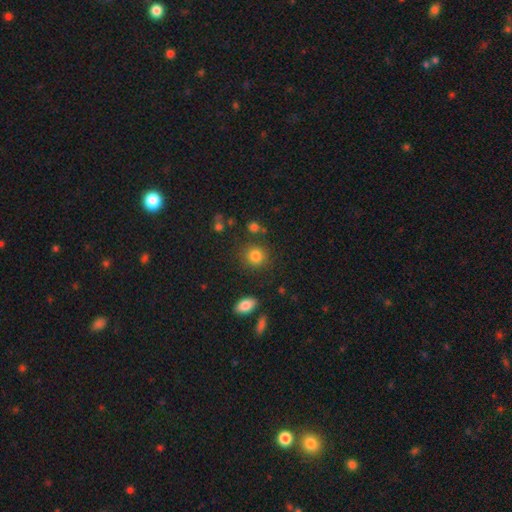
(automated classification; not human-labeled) Smooth or featured?
  - smooth: 83% *
  - star or artifact: 11%
  - featured or disk: 6%
How rounded?
  - round: 82% *
  - in between: 17%
  - cigar-shaped: 1%
Merging?
  - none: 83% *
  - minor disturbance: 9%
  - merger: 4%
  - major disturbance: 4%